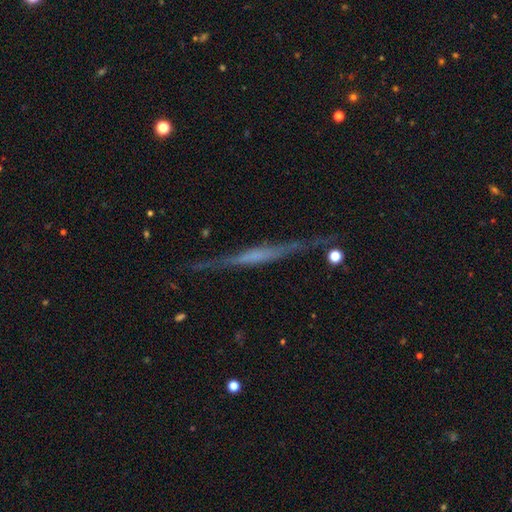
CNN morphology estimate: featured or disk 74%, smooth 18%, star or artifact 8%. Down the decision tree: edge-on disk — yes (96%); edge-on bulge — none (40%); merging — none (78%).